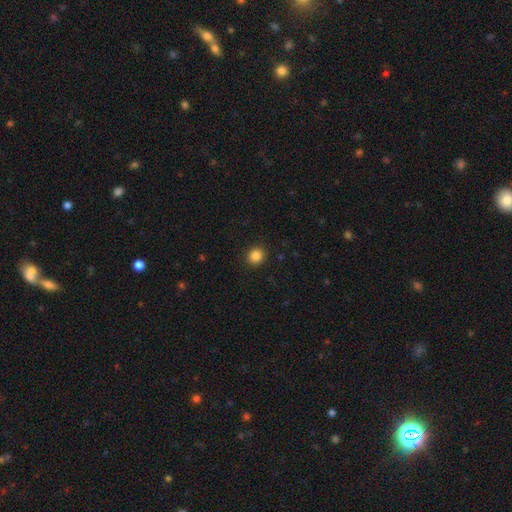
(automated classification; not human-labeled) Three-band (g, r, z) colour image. It shows a smooth galaxy with no disk features (86%) that is round (82%). Merging: none (91%).